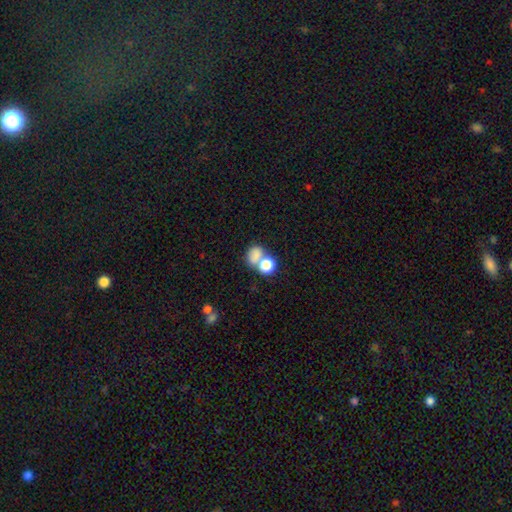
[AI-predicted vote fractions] smooth_or_featured: smooth (p=0.75) [alt: star or artifact p=0.13]
how_rounded: in between (p=0.52) [alt: round p=0.47]
merging: merger (p=0.49) [alt: none p=0.34]